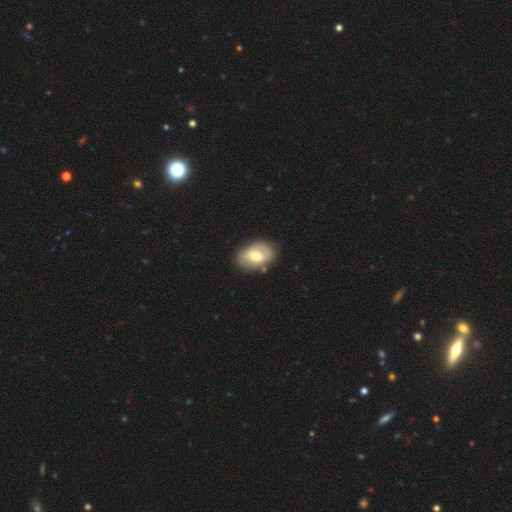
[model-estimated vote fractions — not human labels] The model was most divided on "smooth or featured": smooth: 55%, featured or disk: 39%, star or artifact: 6%. More confident: how rounded — in between (83%); merging — none (73%).